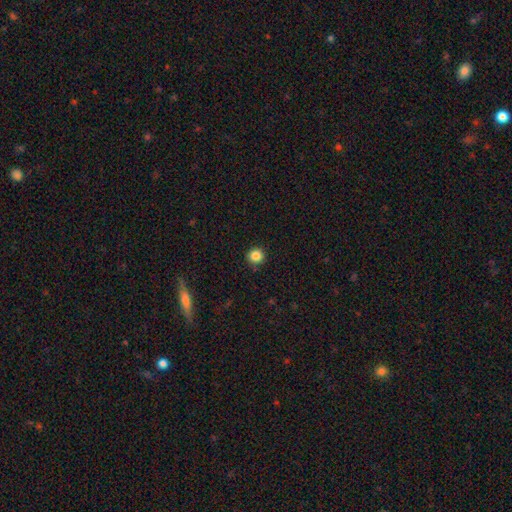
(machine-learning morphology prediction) smooth_or_featured: smooth (p=0.85) [alt: star or artifact p=0.11]
how_rounded: round (p=0.94) [alt: in between p=0.05]
merging: none (p=0.91) [alt: minor disturbance p=0.06]